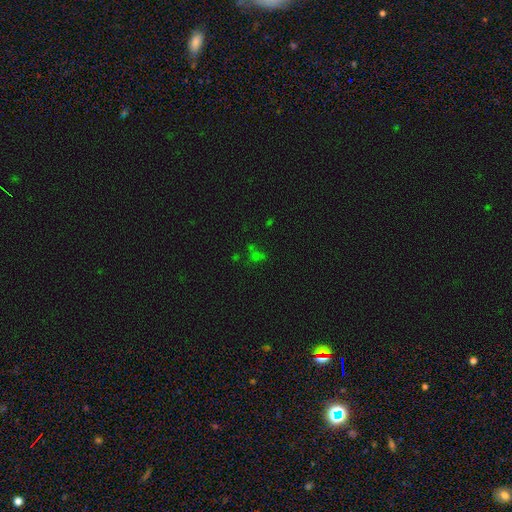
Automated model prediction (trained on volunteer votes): Smooth or featured?
  - star or artifact: 46% *
  - smooth: 42%
  - featured or disk: 13%